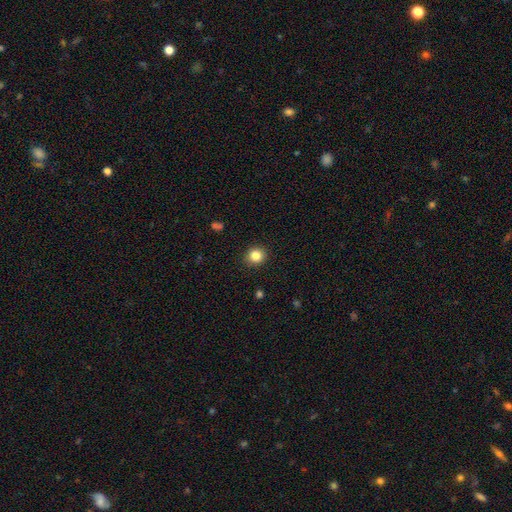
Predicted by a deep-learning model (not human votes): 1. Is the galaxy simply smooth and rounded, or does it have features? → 84% smooth, 11% star or artifact, 5% featured or disk.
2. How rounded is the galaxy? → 85% round, 14% in between, 1% cigar-shaped.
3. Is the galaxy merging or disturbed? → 91% none, 6% minor disturbance, 2% major disturbance, 1% merger.